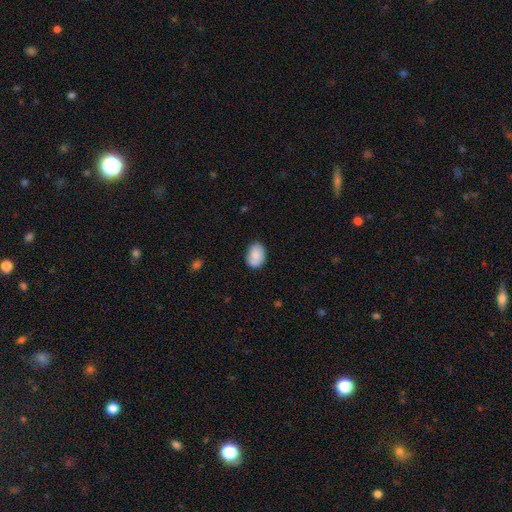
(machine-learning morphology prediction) Smooth or featured? smooth (82%)
How rounded? in between (77%)
Merging? none (77%)